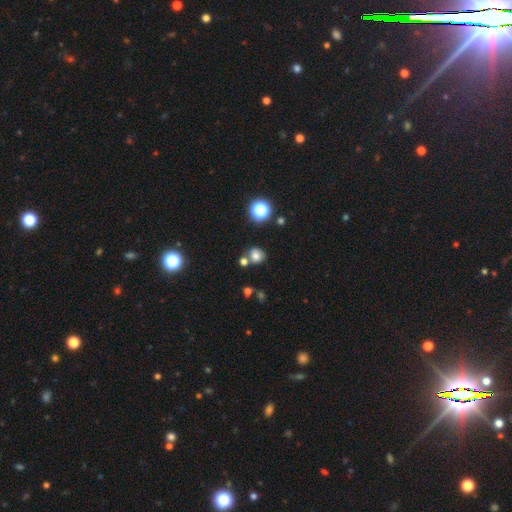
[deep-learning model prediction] The model was most divided on "merging": none: 64%, merger: 19%, minor disturbance: 12%, major disturbance: 4%. More confident: how rounded — round (75%); smooth or featured — smooth (74%).